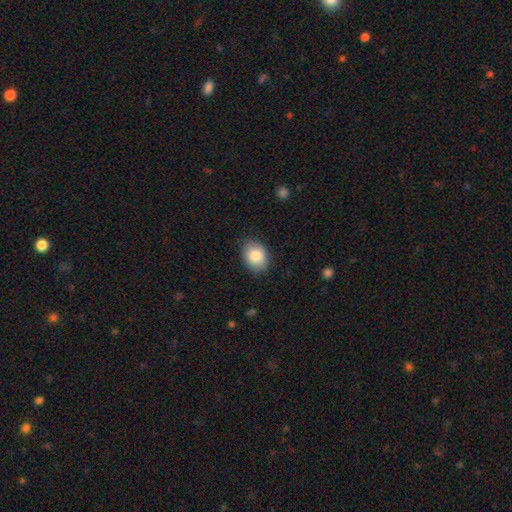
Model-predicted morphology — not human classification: Q: Smooth or featured?
A: smooth (84%); runner-up: featured or disk (9%)
Q: How rounded?
A: in between (72%); runner-up: round (27%)
Q: Merging?
A: none (85%); runner-up: minor disturbance (12%)